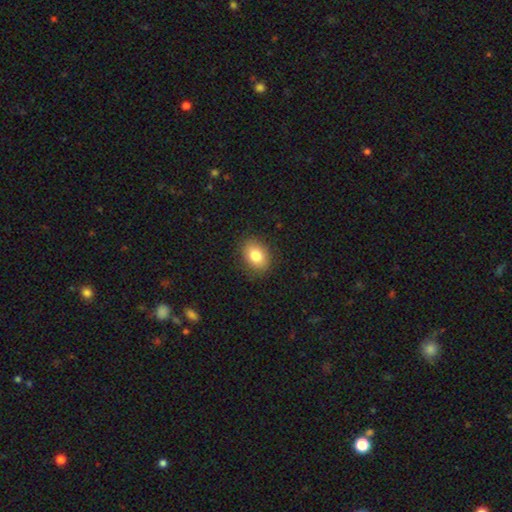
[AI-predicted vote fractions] Smooth or featured? smooth (82%)
How rounded? in between (73%)
Merging? none (86%)